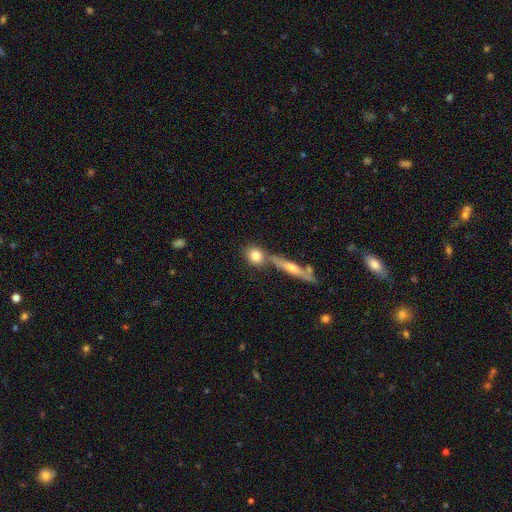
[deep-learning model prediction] smooth-or-featured: smooth: 78% | featured or disk: 14% | star or artifact: 8%
  how-rounded: round: 64% | in between: 27% | cigar-shaped: 10%
  merging: none: 61% | merger: 25% | minor disturbance: 11% | major disturbance: 4%